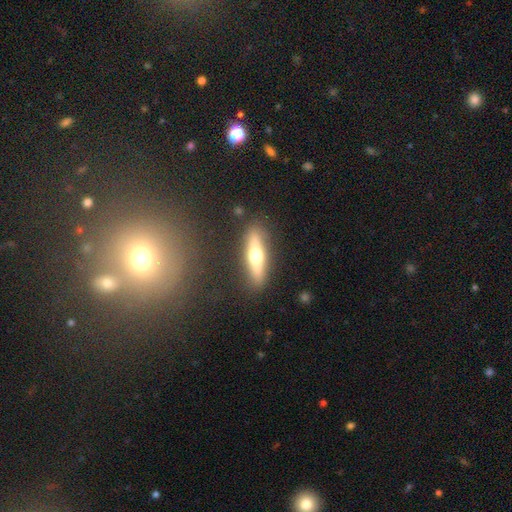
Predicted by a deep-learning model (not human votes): A featured or disk galaxy (52%) viewed edge-on (89%). Merging: none (86%).